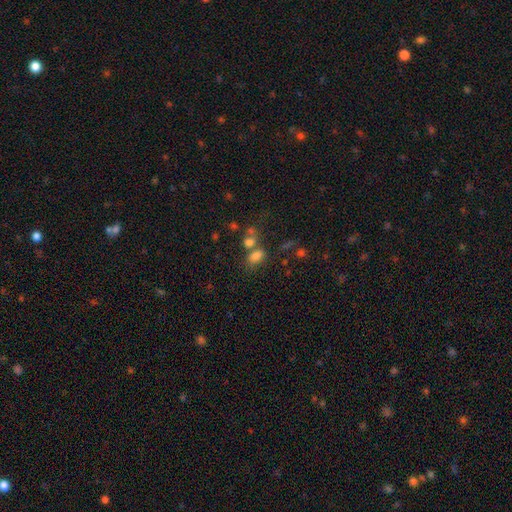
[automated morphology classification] The model was most divided on "merging": none: 45%, merger: 35%, minor disturbance: 13%, major disturbance: 7%. More confident: how rounded — in between (79%); smooth or featured — smooth (76%).